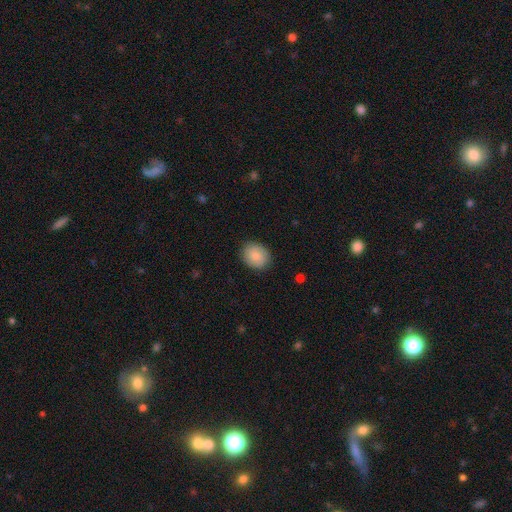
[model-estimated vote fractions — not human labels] Smooth or featured: smooth — 87% (star or artifact — 7%)
How rounded: round — 53% (in between — 47%)
Merging: none — 87% (minor disturbance — 10%)